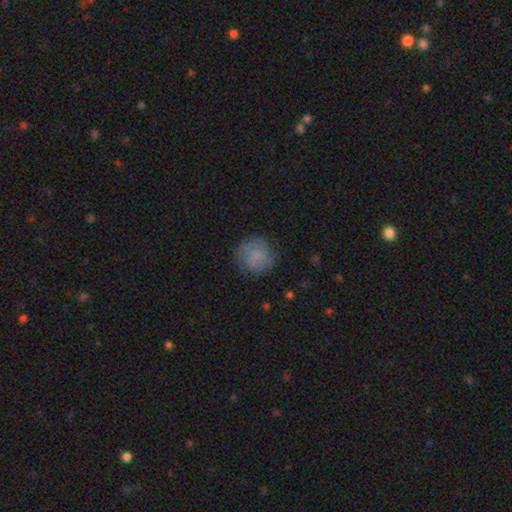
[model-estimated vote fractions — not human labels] This appears to be a smooth galaxy with no disk features (72%) that is round (89%). Merging: none (74%).